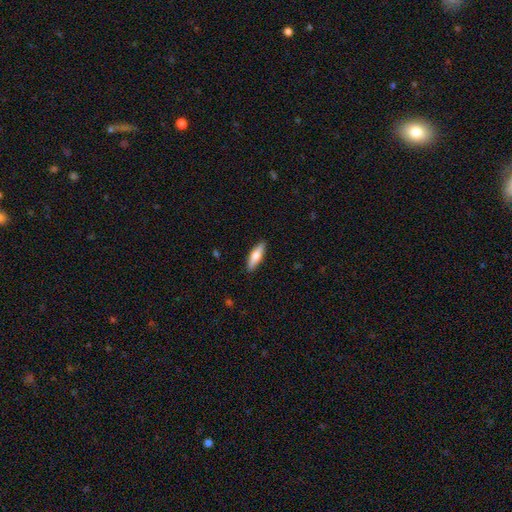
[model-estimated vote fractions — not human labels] Smooth or featured?
  - smooth: 70% *
  - featured or disk: 24%
  - star or artifact: 6%
How rounded?
  - cigar-shaped: 55% *
  - in between: 43%
  - round: 2%
Merging?
  - none: 88% *
  - minor disturbance: 9%
  - major disturbance: 2%
  - merger: 1%